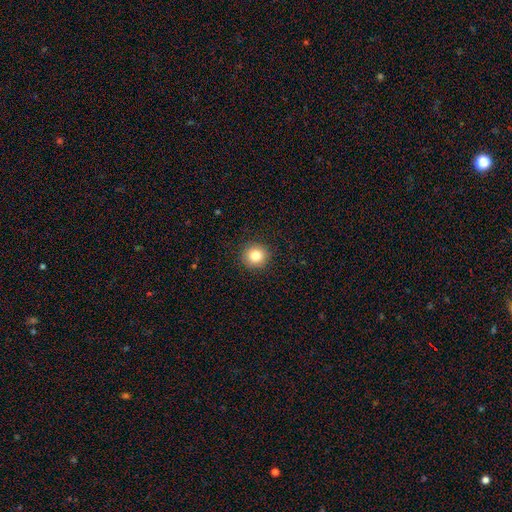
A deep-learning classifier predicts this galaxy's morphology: Smooth or featured? Predicted: smooth (p=0.83). How rounded? Predicted: round (p=0.93). Merging? Predicted: none (p=0.92).